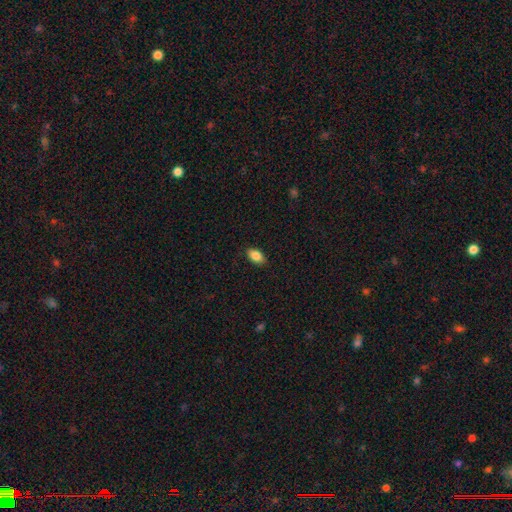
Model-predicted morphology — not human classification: Smooth or featured: smooth — 86% (star or artifact — 8%)
How rounded: in between — 90% (round — 7%)
Merging: none — 86% (minor disturbance — 10%)